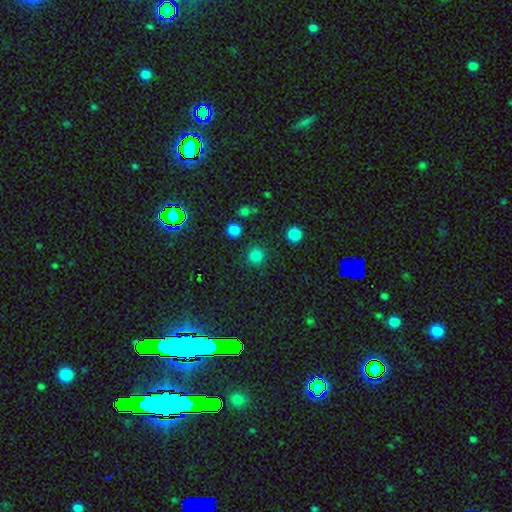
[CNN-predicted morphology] smooth-or-featured: smooth: 81% | star or artifact: 15% | featured or disk: 4%
  how-rounded: round: 94% | in between: 5% | cigar-shaped: 1%
  merging: none: 88% | minor disturbance: 6% | major disturbance: 3% | merger: 3%